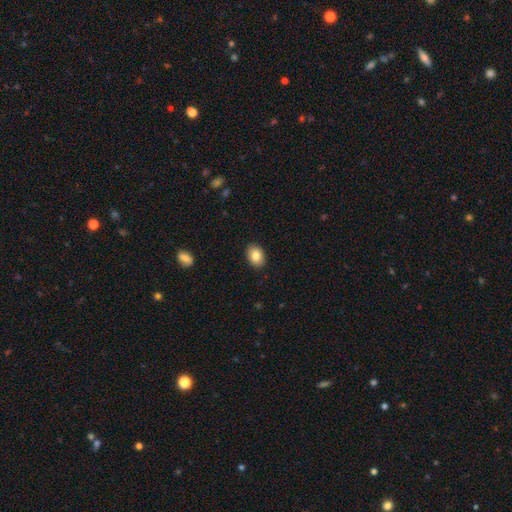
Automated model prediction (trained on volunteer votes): This appears to be a smooth galaxy with no disk features (83%) that is in between round and cigar-shaped (70%). Merging: none (90%).